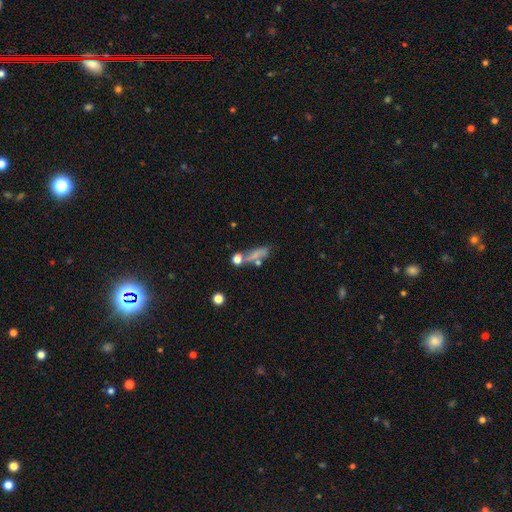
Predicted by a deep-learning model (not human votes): smooth 53%, featured or disk 31%, star or artifact 16%. Down the decision tree: how rounded — in between (53%); merging — none (36%).